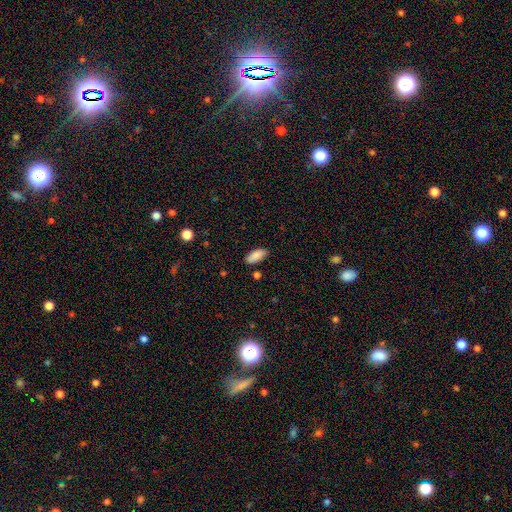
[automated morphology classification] smooth-or-featured: smooth: 88% | star or artifact: 7% | featured or disk: 5%
  how-rounded: in between: 86% | cigar-shaped: 12% | round: 2%
  merging: none: 84% | minor disturbance: 11% | major disturbance: 2% | merger: 2%